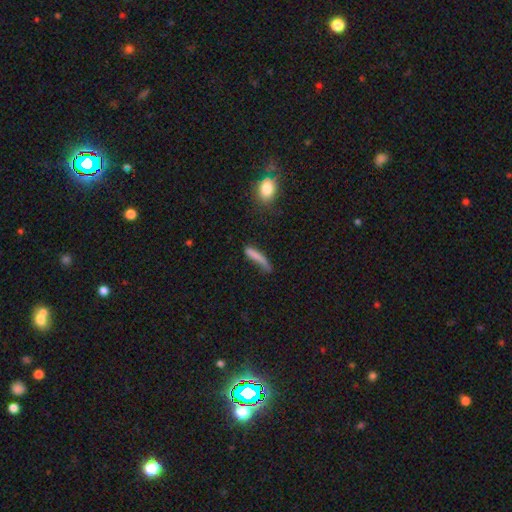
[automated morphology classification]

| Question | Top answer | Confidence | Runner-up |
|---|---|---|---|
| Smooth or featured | smooth | 73% | featured or disk (19%) |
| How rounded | cigar-shaped | 85% | in between (12%) |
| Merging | none | 45% | minor disturbance (29%) |